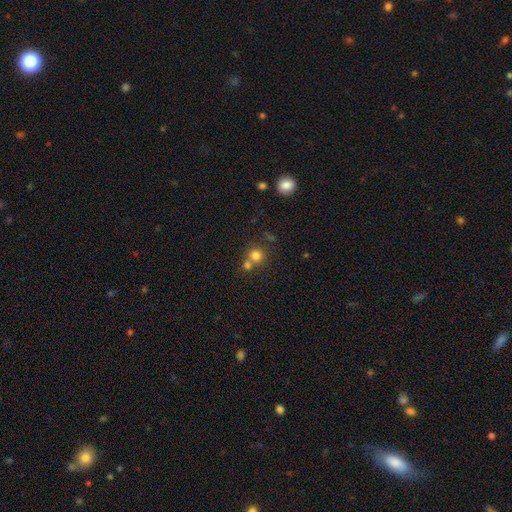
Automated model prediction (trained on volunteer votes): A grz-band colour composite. It shows a smooth galaxy with no disk features (77%) that is round (90%). Merging: none (52%).